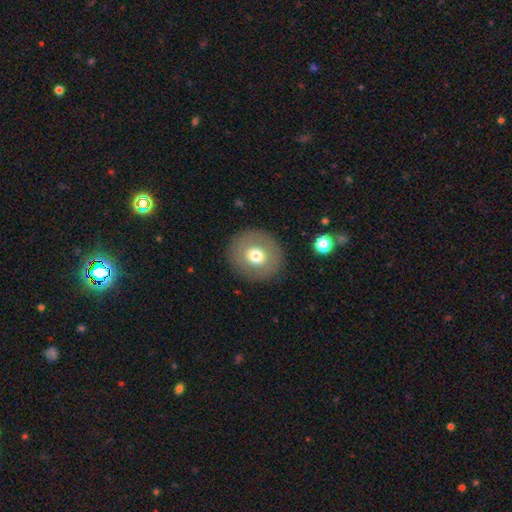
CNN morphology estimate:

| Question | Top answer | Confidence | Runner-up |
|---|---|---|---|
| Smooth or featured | smooth | 67% | featured or disk (24%) |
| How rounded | round | 89% | in between (10%) |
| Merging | none | 88% | minor disturbance (7%) |